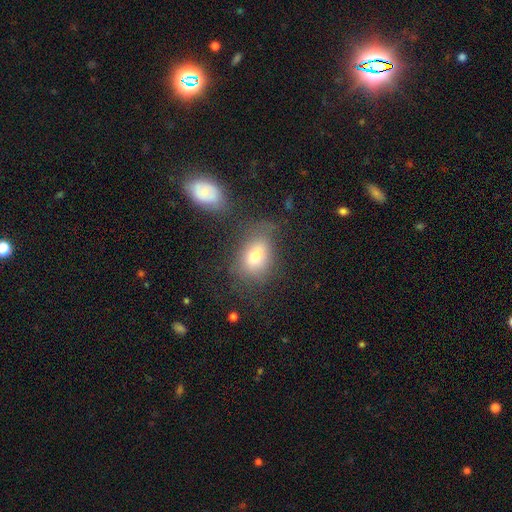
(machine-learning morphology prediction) Smooth or featured? smooth (70%)
How rounded? in between (67%)
Merging? none (58%)